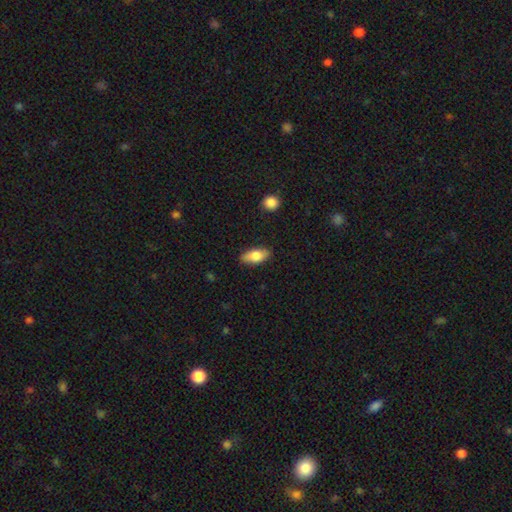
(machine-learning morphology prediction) Smooth or featured?
  - smooth: 76% *
  - featured or disk: 17%
  - star or artifact: 6%
How rounded?
  - in between: 87% *
  - cigar-shaped: 10%
  - round: 4%
Merging?
  - none: 85% *
  - minor disturbance: 11%
  - major disturbance: 2%
  - merger: 1%